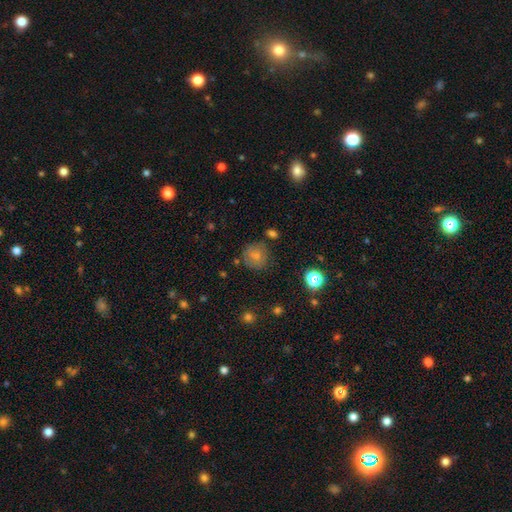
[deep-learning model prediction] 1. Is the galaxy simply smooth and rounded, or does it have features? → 73% smooth, 14% star or artifact, 13% featured or disk.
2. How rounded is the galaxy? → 90% round, 9% in between, 1% cigar-shaped.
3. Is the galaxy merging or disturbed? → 74% none, 16% minor disturbance, 5% major disturbance, 5% merger.